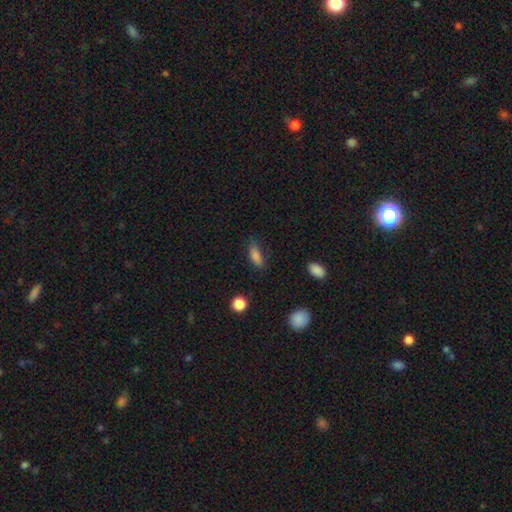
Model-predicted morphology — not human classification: Overall: smooth (83%). How rounded: in between (71%). Merging: none (72%).